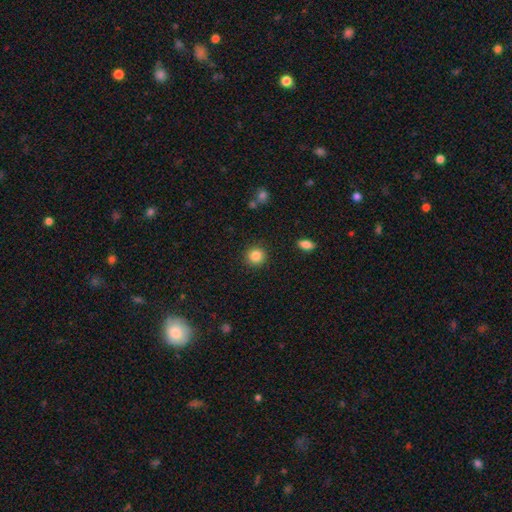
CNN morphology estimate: This is clearly a smooth galaxy (85%). How rounded: clearly round (93%). Merging: clearly none (90%).